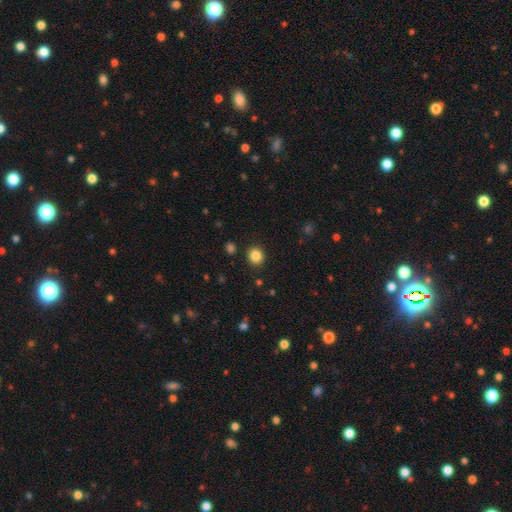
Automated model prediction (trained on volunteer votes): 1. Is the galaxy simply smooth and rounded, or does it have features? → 85% smooth, 11% star or artifact, 4% featured or disk.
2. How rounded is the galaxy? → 85% round, 14% in between, 1% cigar-shaped.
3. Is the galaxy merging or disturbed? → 90% none, 6% minor disturbance, 2% major disturbance, 2% merger.